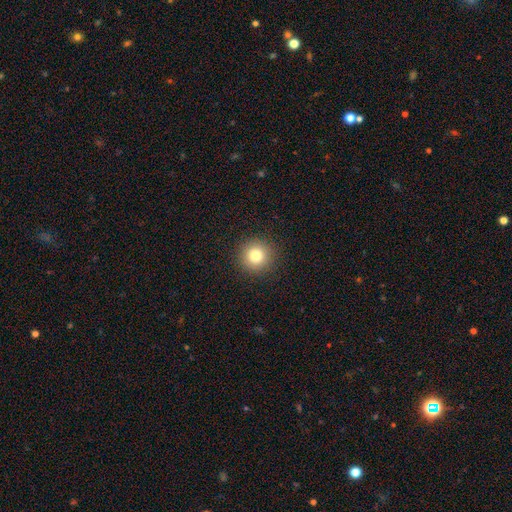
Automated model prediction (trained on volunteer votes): smooth-or-featured: smooth: 81% | star or artifact: 12% | featured or disk: 7%
  how-rounded: round: 95% | in between: 4% | cigar-shaped: 1%
  merging: none: 92% | minor disturbance: 5% | major disturbance: 2% | merger: 1%